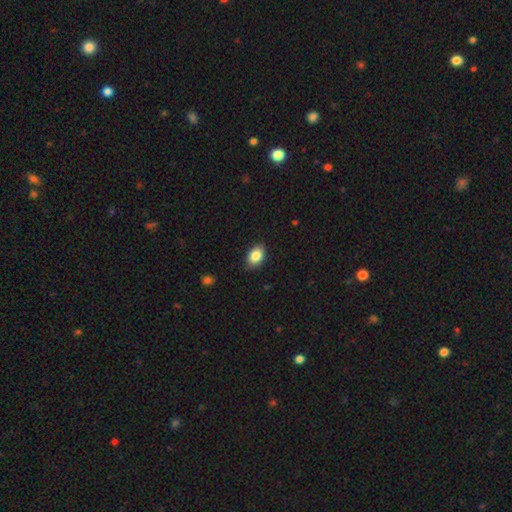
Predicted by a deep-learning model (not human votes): This appears to be a smooth galaxy with no disk features (85%) that is in between round and cigar-shaped (82%). Merging: none (85%).